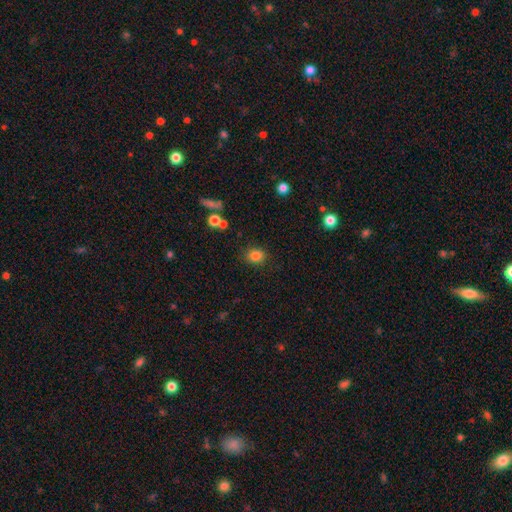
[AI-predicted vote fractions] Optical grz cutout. It shows a smooth galaxy with no disk features (82%) that is round (61%). Merging: none (84%).